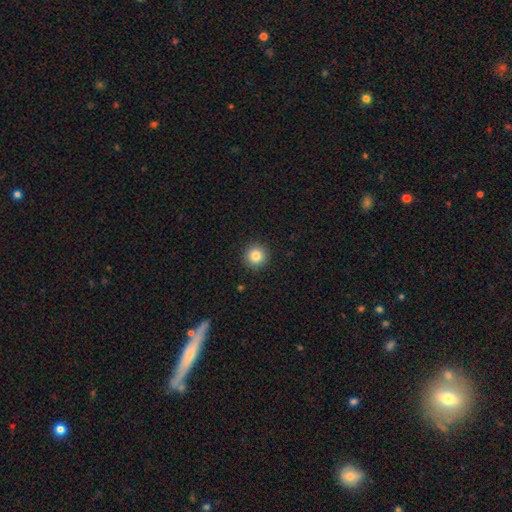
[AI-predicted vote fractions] Smooth or featured? smooth (84%)
How rounded? round (95%)
Merging? none (92%)